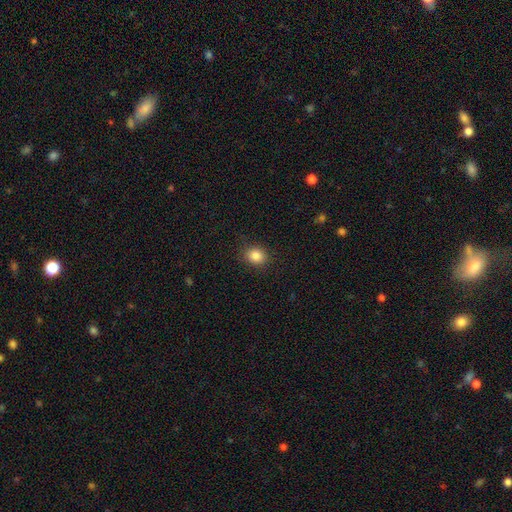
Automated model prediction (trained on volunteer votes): Smooth or featured? Predicted: smooth (p=0.85). How rounded? Predicted: round (p=0.63). Merging? Predicted: none (p=0.88).